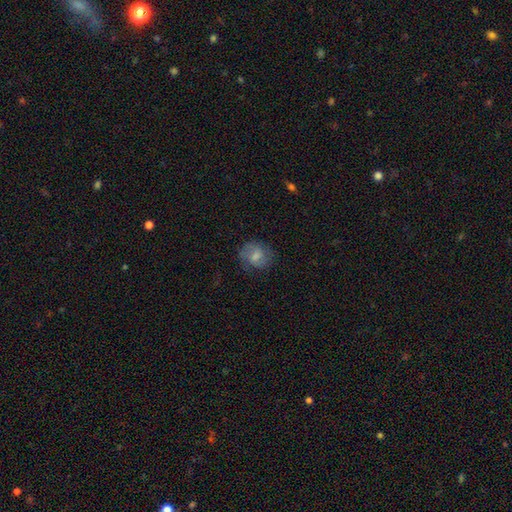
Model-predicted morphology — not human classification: This is possibly a smooth galaxy (57%). How rounded: likely round (66%). Merging: likely none (69%).